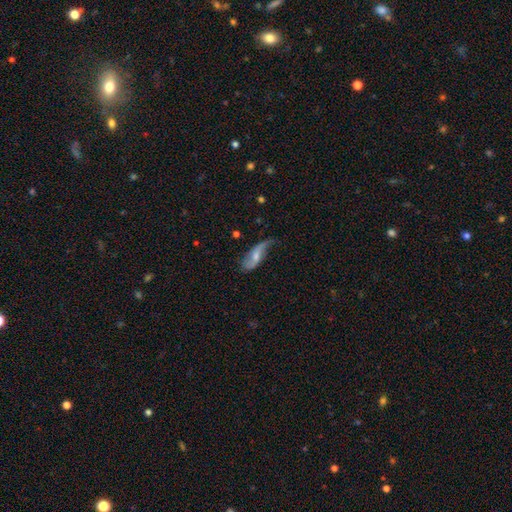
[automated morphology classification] Overall: featured or disk (60%; smooth 34%). Edge-on disk: no (88%). Bar: no (48%; weak 38%). Spiral arms: yes (84%). Bulge size: moderate (44%, tied with small). Merging: none (39%; minor disturbance 35%).